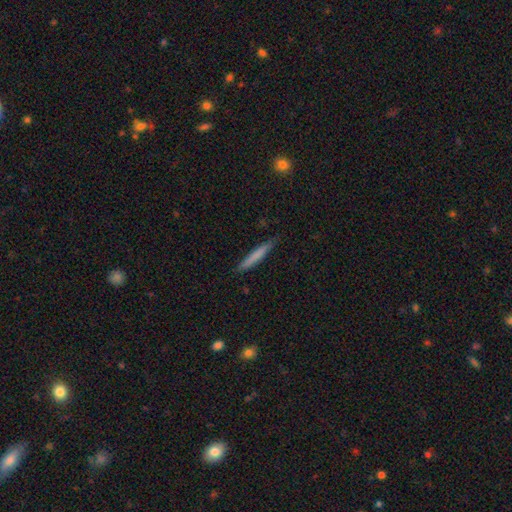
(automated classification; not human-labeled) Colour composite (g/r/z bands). It shows a smooth galaxy with no disk features (71%) that is cigar-shaped (95%). Merging: none (87%).